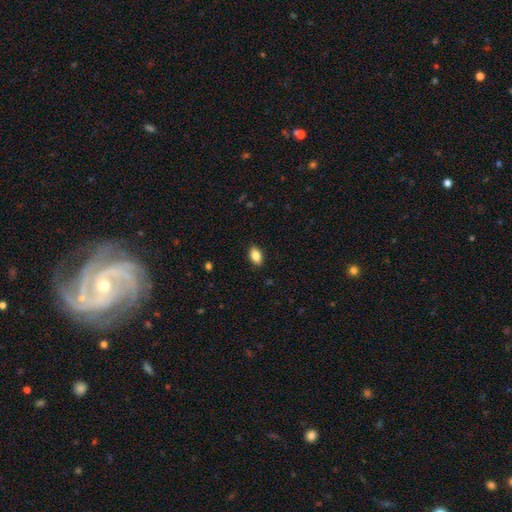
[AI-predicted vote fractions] Overall: smooth (85%). How rounded: in between (90%). Merging: none (89%).